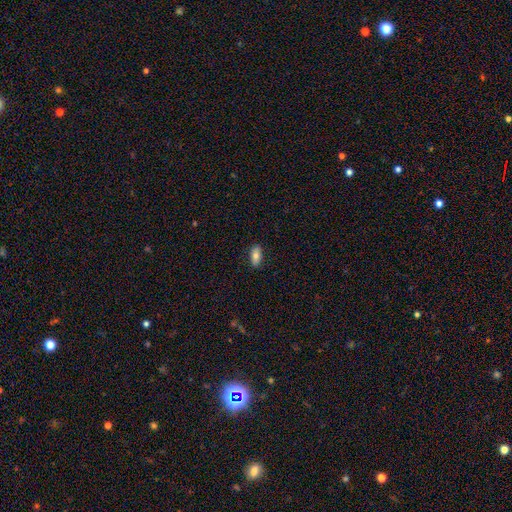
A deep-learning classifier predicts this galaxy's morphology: smooth 76%, featured or disk 16%, star or artifact 7%. Down the decision tree: how rounded — in between (90%); merging — none (87%).